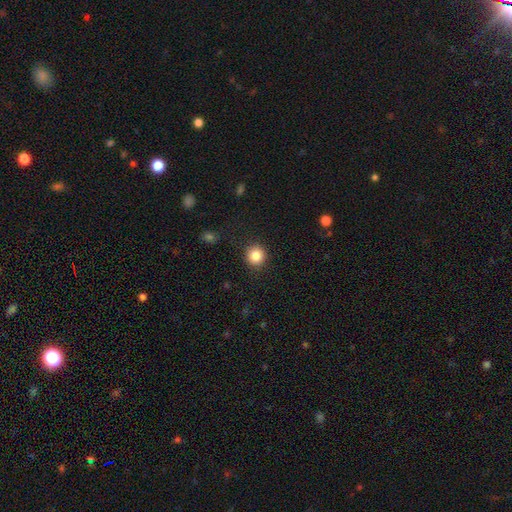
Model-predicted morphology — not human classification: Overall: smooth (85%). How rounded: round (92%). Merging: none (91%).